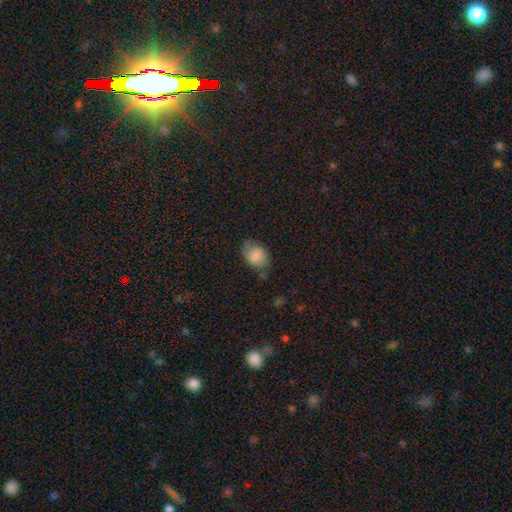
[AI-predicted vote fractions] Smooth or featured? smooth (80%)
How rounded? in between (77%)
Merging? none (62%)